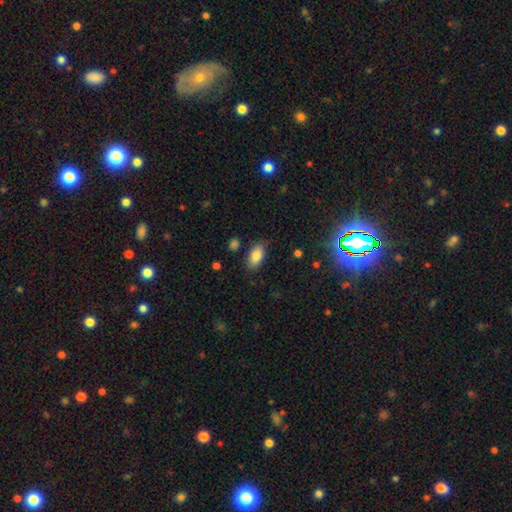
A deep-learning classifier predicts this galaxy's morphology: The model was most divided on "merging": none: 80%, minor disturbance: 14%, major disturbance: 3%, merger: 3%. More confident: how rounded — in between (92%); smooth or featured — smooth (83%).